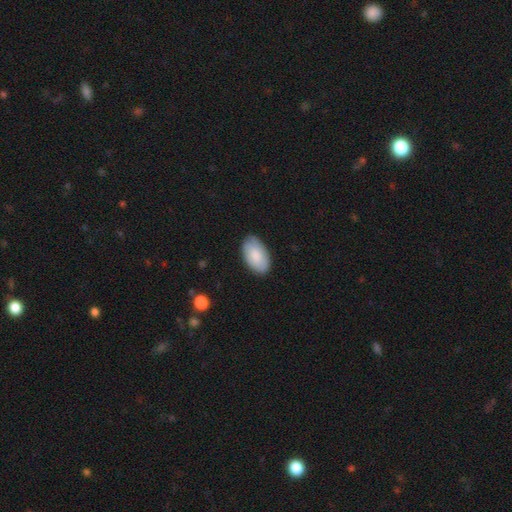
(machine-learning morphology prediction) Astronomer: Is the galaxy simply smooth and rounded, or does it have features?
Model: smooth — 84%.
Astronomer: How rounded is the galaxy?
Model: in between — 96%.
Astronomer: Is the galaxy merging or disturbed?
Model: none — 84%.